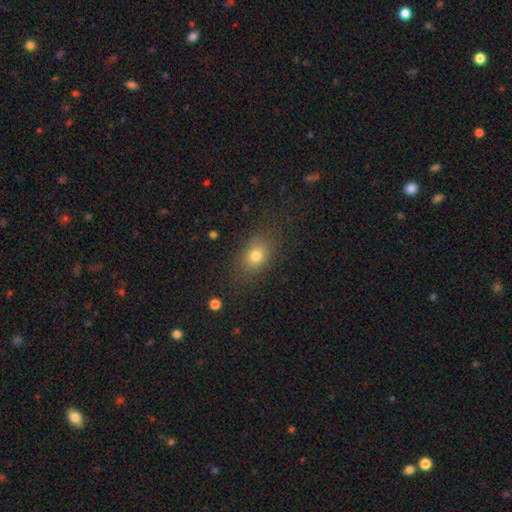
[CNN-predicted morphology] smooth 76%, star or artifact 12%, featured or disk 12%. Down the decision tree: how rounded — in between (71%); merging — none (78%).